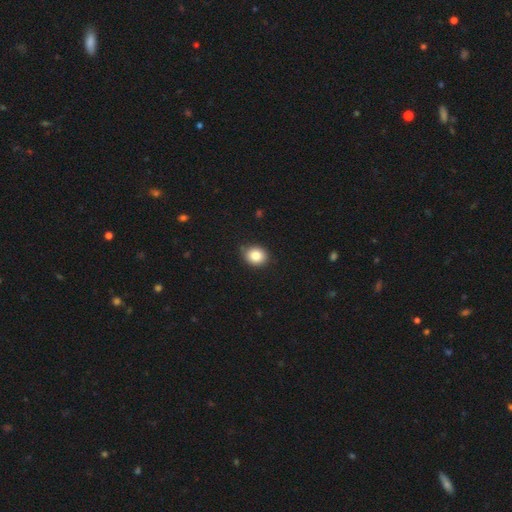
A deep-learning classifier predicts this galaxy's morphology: This is clearly a smooth galaxy (85%). How rounded: likely round (68%). Merging: clearly none (82%).